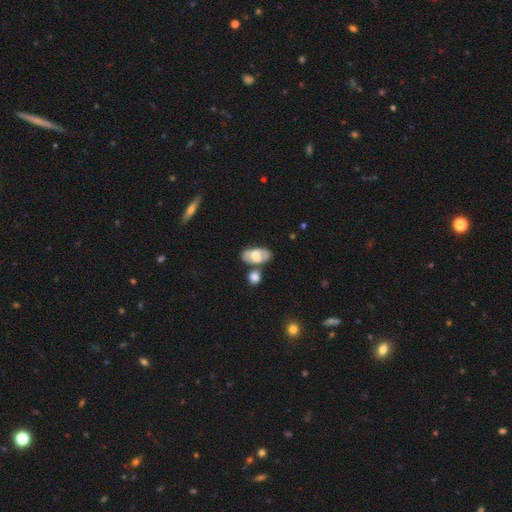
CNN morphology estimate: Smooth or featured?
  - smooth: 55% *
  - featured or disk: 38%
  - star or artifact: 7%
How rounded?
  - in between: 91% *
  - round: 6%
  - cigar-shaped: 3%
Merging?
  - none: 59% *
  - merger: 18%
  - minor disturbance: 18%
  - major disturbance: 6%